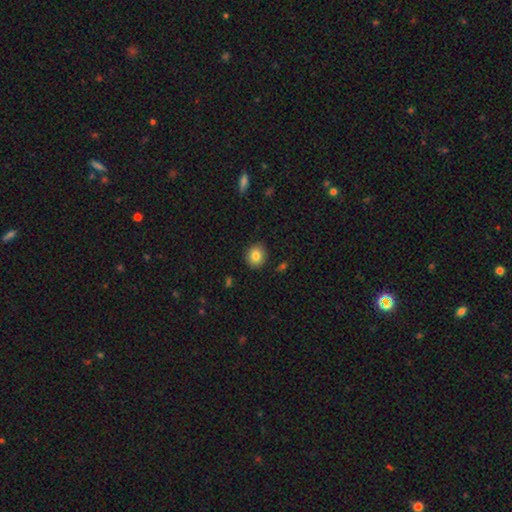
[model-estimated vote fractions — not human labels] Morphology: type=smooth (83%); roundness=round (76%); merging=none (89%).